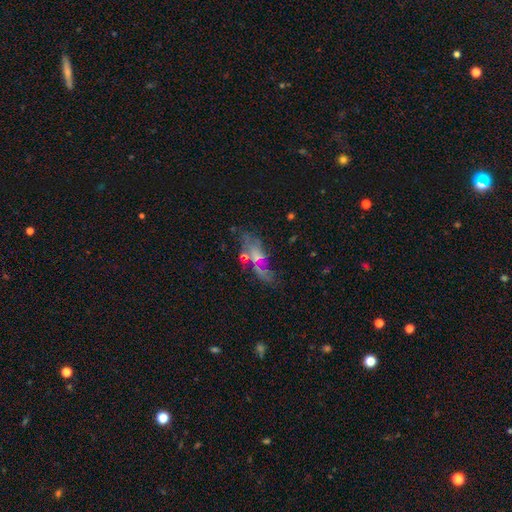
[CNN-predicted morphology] This is possibly a featured or disk galaxy (52%). It is likely not viewed edge-on (70%). Merging: possibly none (53%).